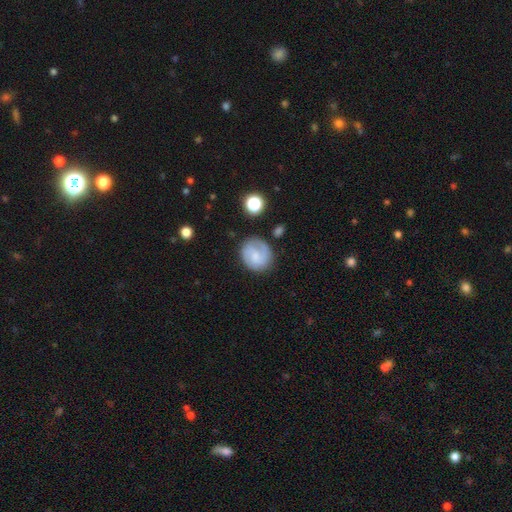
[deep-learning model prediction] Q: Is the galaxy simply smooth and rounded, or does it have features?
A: featured or disk — 54%.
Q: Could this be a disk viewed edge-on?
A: no — 98%.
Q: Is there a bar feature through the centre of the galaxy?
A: no — 50%.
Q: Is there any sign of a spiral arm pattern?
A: yes — 88%.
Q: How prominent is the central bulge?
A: small — 42%.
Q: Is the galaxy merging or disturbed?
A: none — 73%.